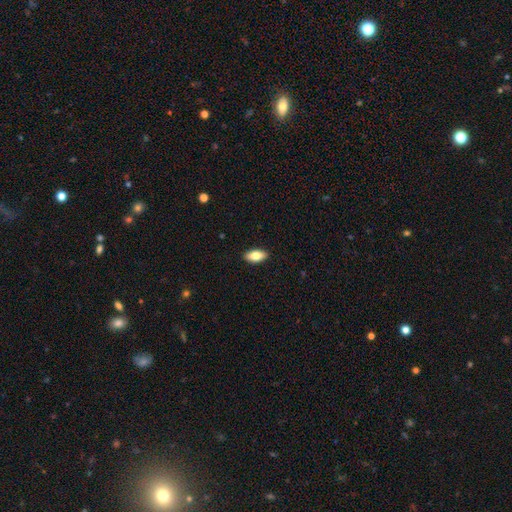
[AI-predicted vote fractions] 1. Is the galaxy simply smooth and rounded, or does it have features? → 81% smooth, 13% featured or disk, 6% star or artifact.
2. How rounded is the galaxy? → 89% in between, 8% cigar-shaped, 3% round.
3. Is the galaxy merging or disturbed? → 90% none, 7% minor disturbance, 2% major disturbance, 1% merger.